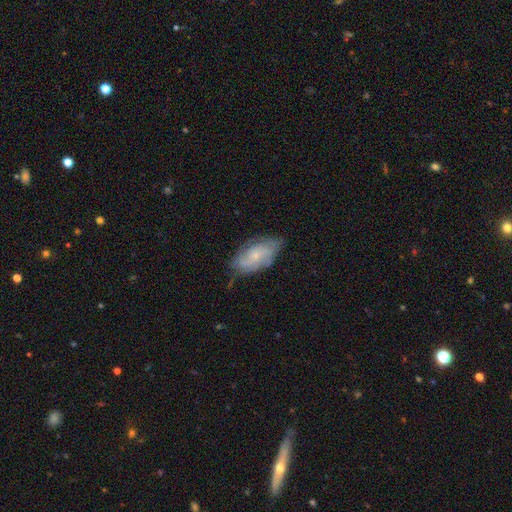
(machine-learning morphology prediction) type=featured or disk (57%); edge-on=no (94%); bar=no (72%); spiral arms=yes (81%); bulge=small (69%); merging=none (64%).